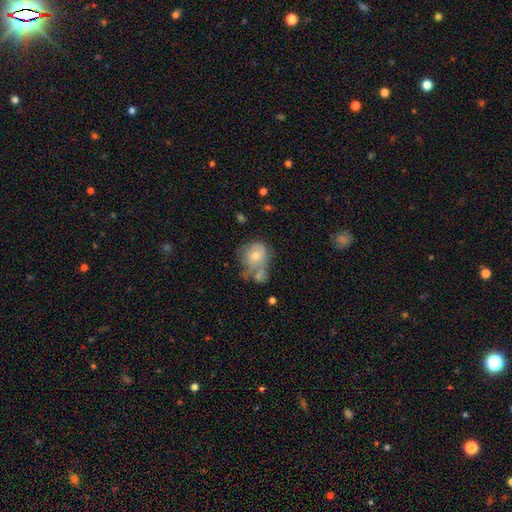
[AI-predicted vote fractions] Smooth or featured: smooth — 55% (featured or disk — 34%)
How rounded: round — 66% (in between — 33%)
Merging: none — 37% (merger — 31%)